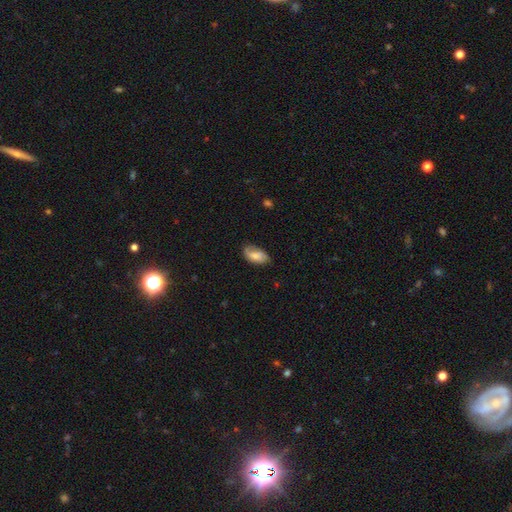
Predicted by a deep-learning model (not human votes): This appears to be a smooth galaxy with no disk features (75%) that is in between round and cigar-shaped (94%). Merging: none (65%).